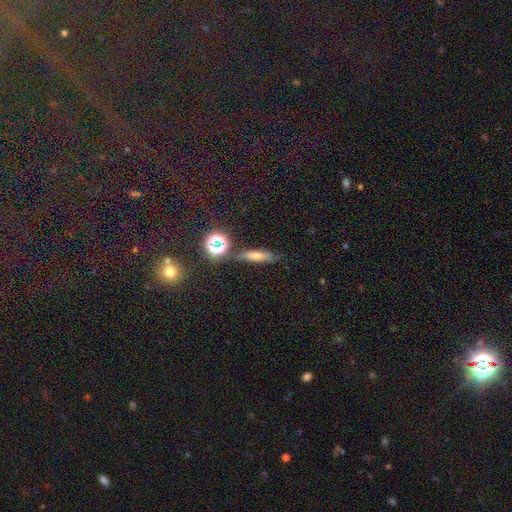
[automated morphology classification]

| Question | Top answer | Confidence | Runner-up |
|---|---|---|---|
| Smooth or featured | smooth | 52% | star or artifact (25%) |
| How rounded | cigar-shaped | 71% | in between (18%) |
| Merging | none | 80% | minor disturbance (12%) |